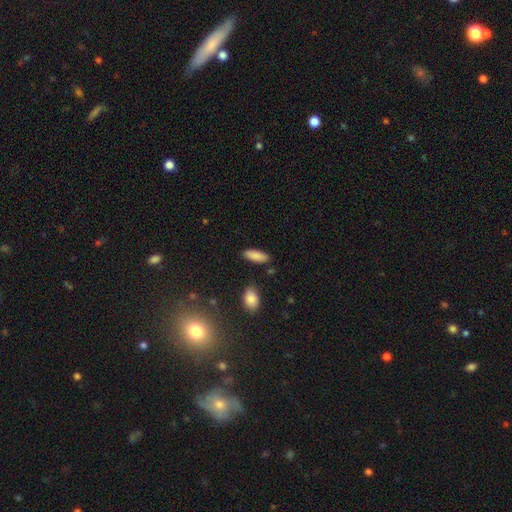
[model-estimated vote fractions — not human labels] Morphology: type=smooth (87%); roundness=in between (72%); merging=none (86%).